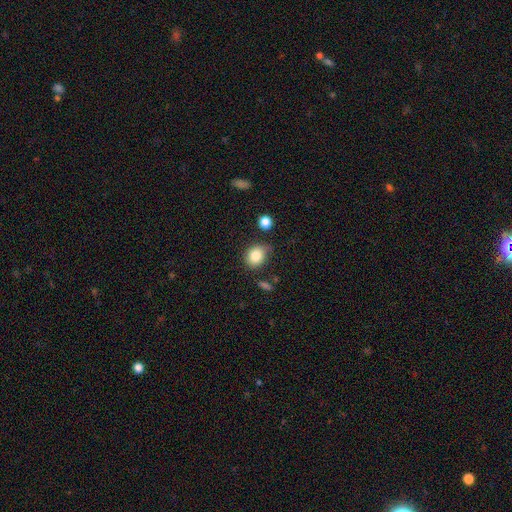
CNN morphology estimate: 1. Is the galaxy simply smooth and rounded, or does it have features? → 82% smooth, 10% star or artifact, 8% featured or disk.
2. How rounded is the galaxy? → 62% round, 37% in between, 1% cigar-shaped.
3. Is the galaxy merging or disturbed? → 66% none, 23% minor disturbance, 6% major disturbance, 5% merger.